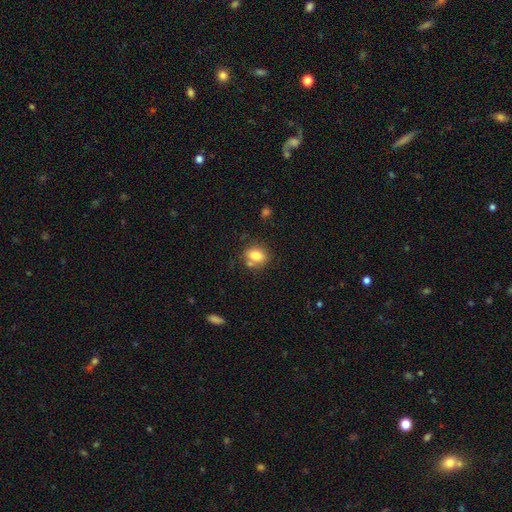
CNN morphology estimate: smooth 81%, featured or disk 9%, star or artifact 9%. Down the decision tree: how rounded — in between (59%); merging — none (66%).